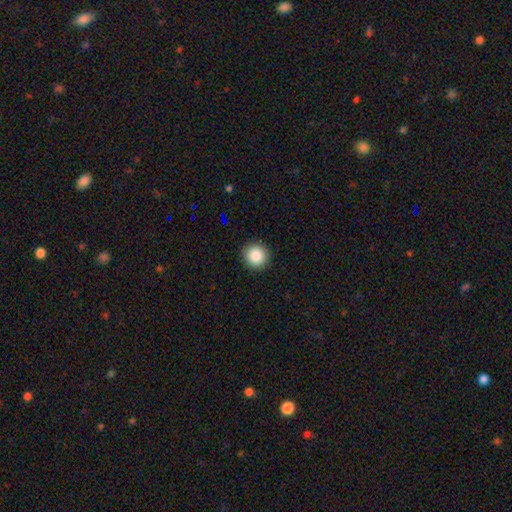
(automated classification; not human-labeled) smooth-or-featured: smooth: 85% | star or artifact: 10% | featured or disk: 5%
  how-rounded: round: 93% | in between: 6% | cigar-shaped: 1%
  merging: none: 92% | minor disturbance: 5% | major disturbance: 2% | merger: 1%